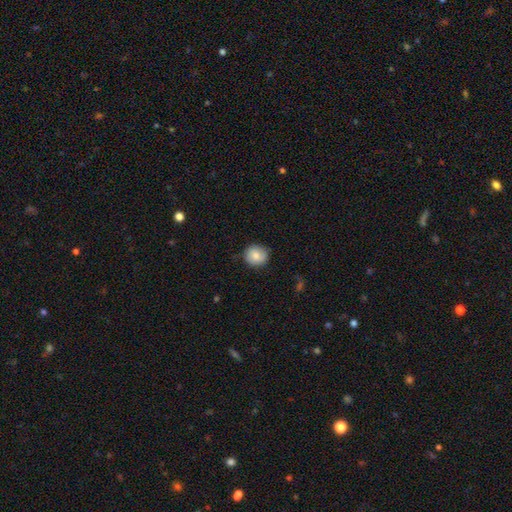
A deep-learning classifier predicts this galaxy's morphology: Smooth or featured?
  - smooth: 79% *
  - featured or disk: 13%
  - star or artifact: 8%
How rounded?
  - round: 85% *
  - in between: 14%
  - cigar-shaped: 1%
Merging?
  - none: 80% *
  - minor disturbance: 16%
  - major disturbance: 3%
  - merger: 1%